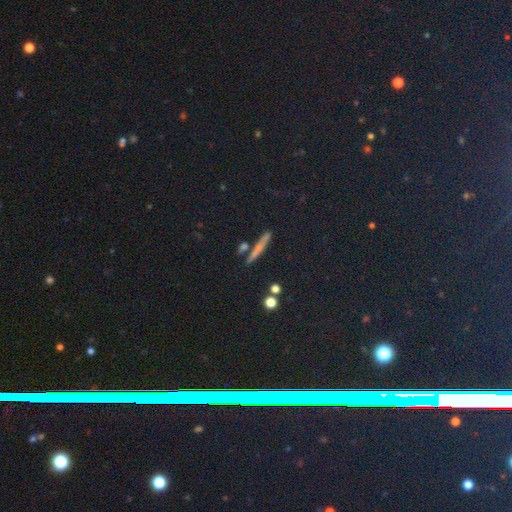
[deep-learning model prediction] Morphology: type=smooth (58%); roundness=cigar-shaped (76%); merging=none (79%).